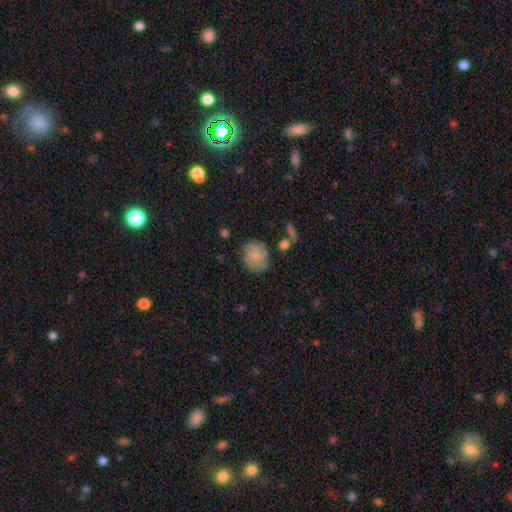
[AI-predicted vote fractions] The model was most divided on "how rounded": round: 65%, in between: 34%, cigar-shaped: 1%. More confident: smooth or featured — smooth (78%); merging — none (69%).